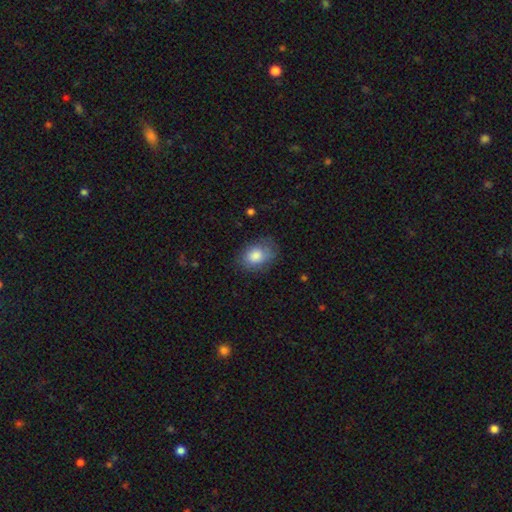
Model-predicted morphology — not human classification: smooth_or_featured: smooth (p=0.78) [alt: featured or disk p=0.14]
how_rounded: in between (p=0.75) [alt: round p=0.24]
merging: none (p=0.66) [alt: minor disturbance p=0.24]